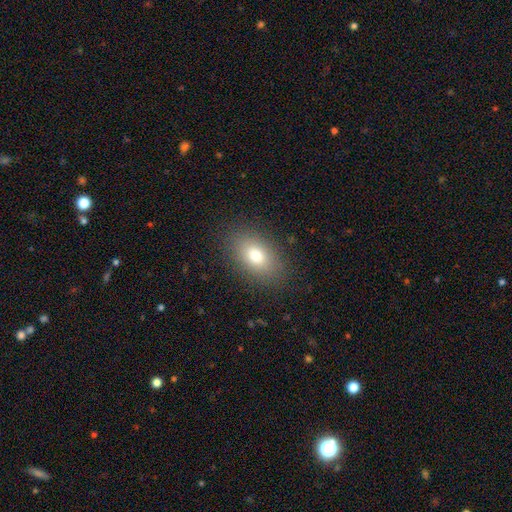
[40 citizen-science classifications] Q: Smooth or featured?
A: smooth (85%); runner-up: featured or disk (8%)
Q: How rounded?
A: in between (85%); runner-up: cigar-shaped (9%)
Q: Merging?
A: none (92%); runner-up: major disturbance (5%)